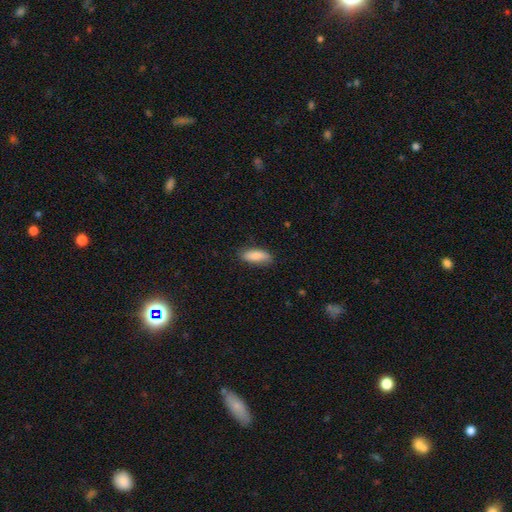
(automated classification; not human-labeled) Overall: smooth (84%). How rounded: in between (70%). Merging: none (80%).